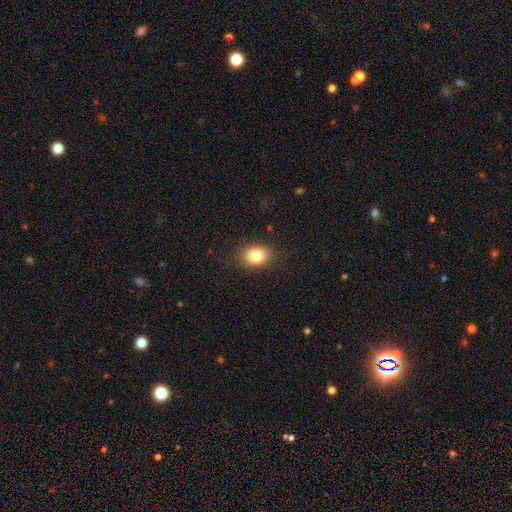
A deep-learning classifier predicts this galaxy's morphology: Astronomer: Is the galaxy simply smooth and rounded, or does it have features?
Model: smooth — 82%.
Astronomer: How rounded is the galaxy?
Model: in between — 63%.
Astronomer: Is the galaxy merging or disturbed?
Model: none — 87%.